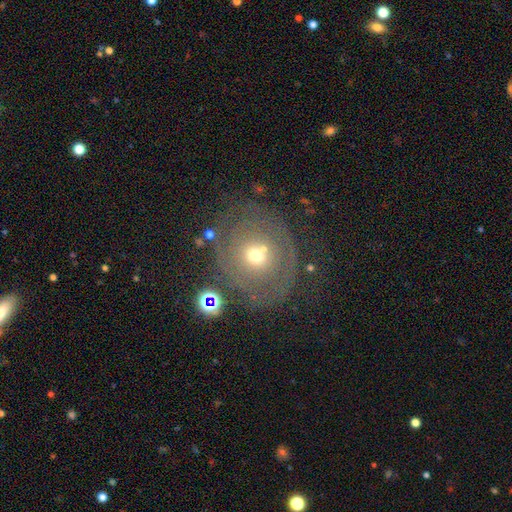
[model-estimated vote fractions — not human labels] Smooth or featured? Predicted: featured or disk (p=0.55). Edge-on disk? Predicted: no (p=0.96). Bar? Predicted: no (p=0.86). Spiral arms? Predicted: yes (p=0.60). Bulge size? Predicted: moderate (p=0.47). Merging? Predicted: none (p=0.62).